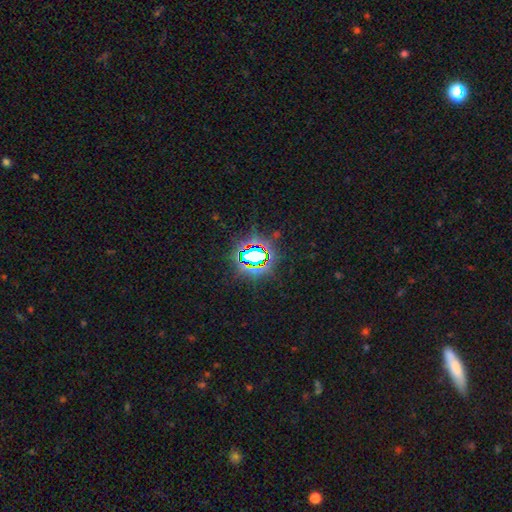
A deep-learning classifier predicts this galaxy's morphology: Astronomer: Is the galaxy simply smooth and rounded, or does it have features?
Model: star or artifact — 78%.